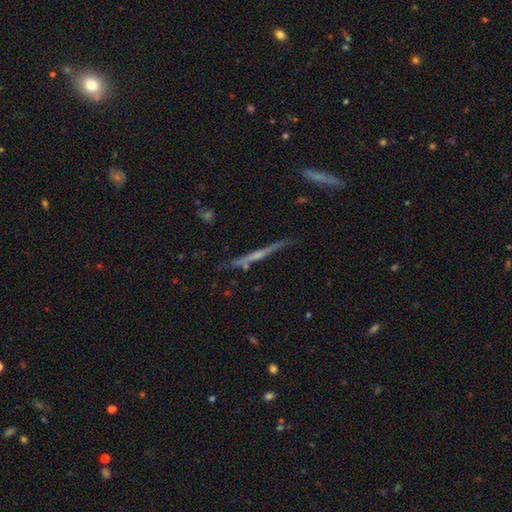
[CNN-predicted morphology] type=featured or disk (65%); edge-on=yes (95%); edge-on bulge=none (55%); merging=none (77%).